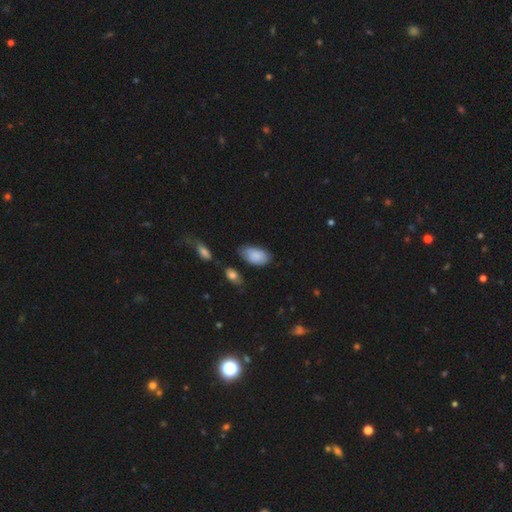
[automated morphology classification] A smooth galaxy with no disk features (85%) that is in between round and cigar-shaped (94%). Merging: none (63%).